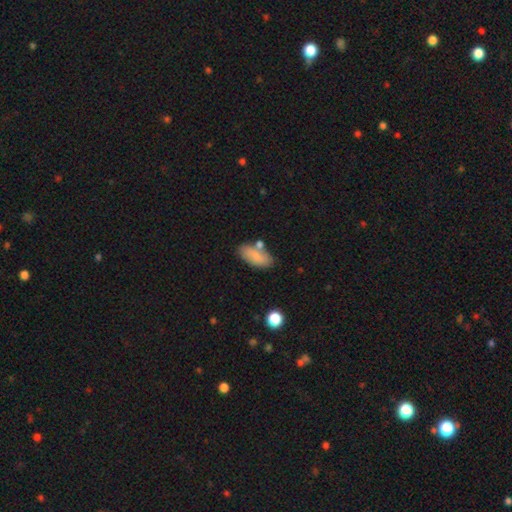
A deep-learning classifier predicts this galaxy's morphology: Smooth or featured? smooth (79%)
How rounded? in between (89%)
Merging? none (64%)